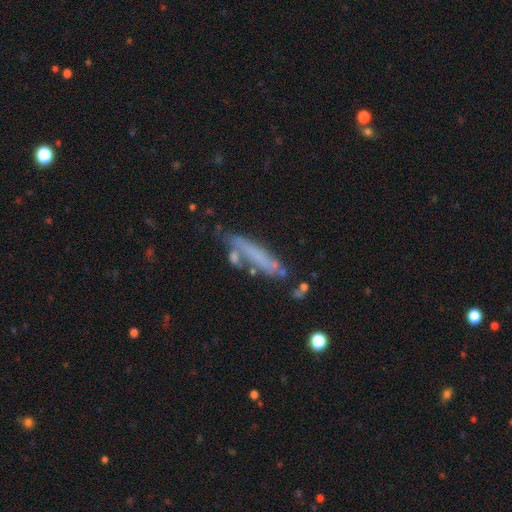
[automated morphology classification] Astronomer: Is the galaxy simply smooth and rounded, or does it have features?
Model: featured or disk — 44% (runner-up: smooth, 43%).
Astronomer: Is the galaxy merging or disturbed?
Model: none — 59%.